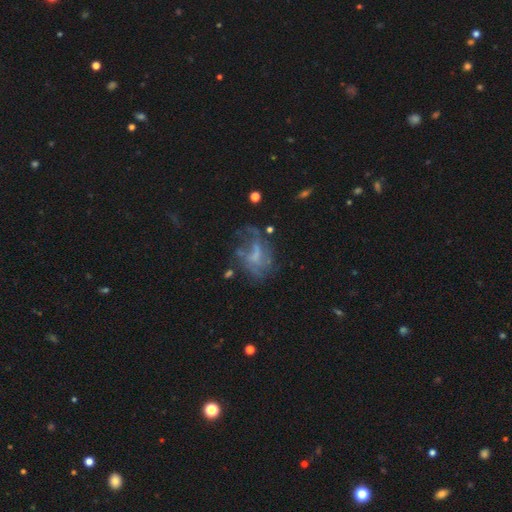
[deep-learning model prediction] Smooth or featured?
  - featured or disk: 63% *
  - smooth: 22%
  - star or artifact: 14%
Edge-on disk?
  - no: 97% *
  - yes: 3%
Bar?
  - no: 51% *
  - weak: 39%
  - strong: 11%
Spiral arms?
  - yes: 59% *
  - no: 41%
Bulge size?
  - none: 53% *
  - small: 23%
  - moderate: 19%
  - large: 3%
  - dominant: 1%
Merging?
  - none: 39% *
  - major disturbance: 36%
  - minor disturbance: 20%
  - merger: 6%